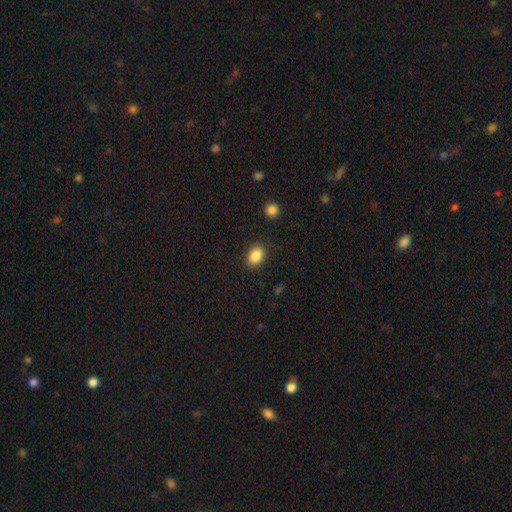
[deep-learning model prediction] Smooth or featured? smooth (87%)
How rounded? in between (68%)
Merging? none (86%)